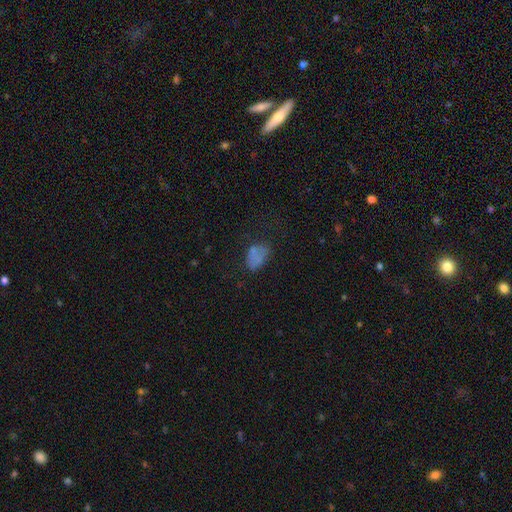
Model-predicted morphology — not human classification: smooth 66%, featured or disk 19%, star or artifact 15%. Down the decision tree: how rounded — in between (86%); merging — none (46%).